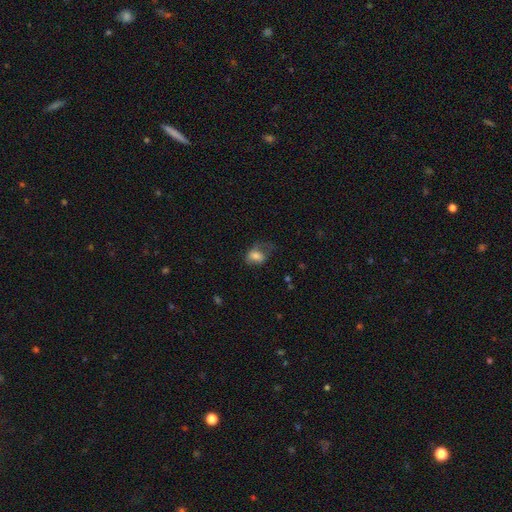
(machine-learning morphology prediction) A smooth galaxy with no disk features (70%) that is in between round and cigar-shaped (73%). Merging: major disturbance (43%).